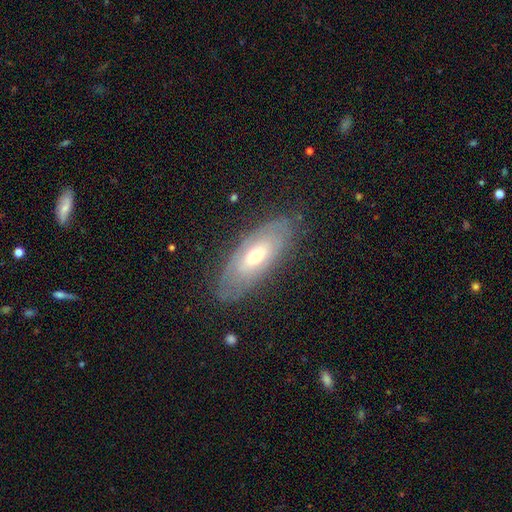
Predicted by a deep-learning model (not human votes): This is possibly a featured or disk galaxy (58%). It is likely not viewed edge-on (77%). Merging: likely none (80%).